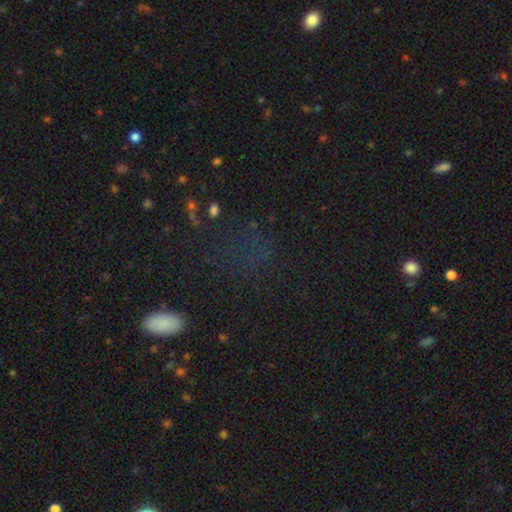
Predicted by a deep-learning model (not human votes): This appears to be a star or artifact, not a galaxy (50%).